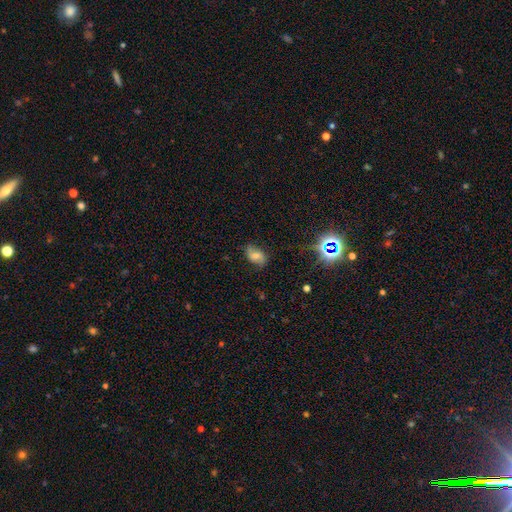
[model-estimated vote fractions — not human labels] smooth-or-featured: smooth: 52% | featured or disk: 33% | star or artifact: 15%
  how-rounded: in between: 85% | round: 13% | cigar-shaped: 2%
  merging: none: 71% | minor disturbance: 21% | major disturbance: 6% | merger: 2%